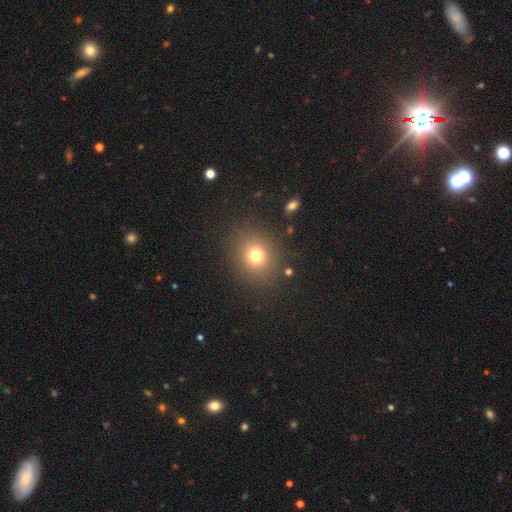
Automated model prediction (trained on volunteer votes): This is likely a smooth galaxy (74%). How rounded: likely round (75%). Merging: clearly none (86%).